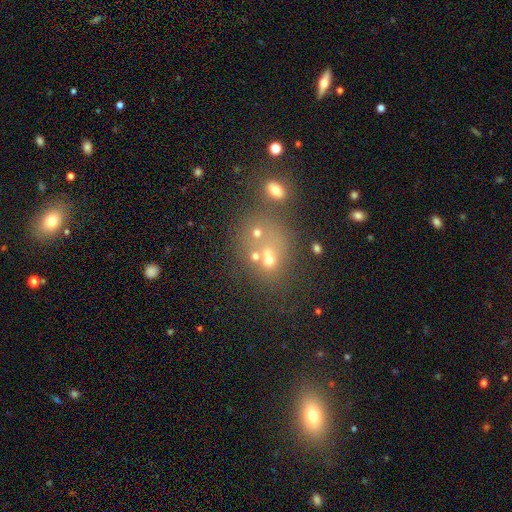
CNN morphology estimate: Overall: smooth (52%; star or artifact 24%). How rounded: round (58%; in between 41%). Merging: merger (44%; none 37%).